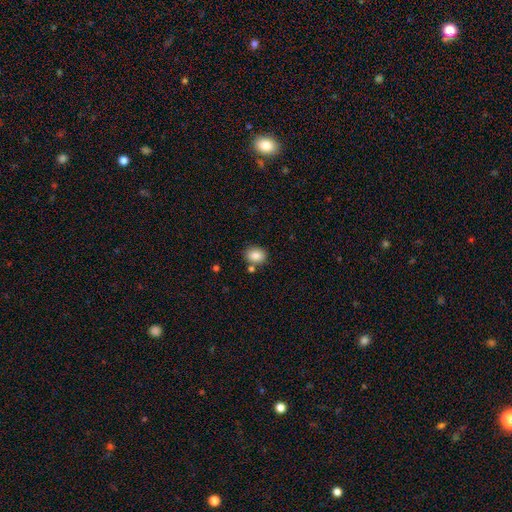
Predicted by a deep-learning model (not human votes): Q: Smooth or featured?
A: smooth (85%); runner-up: star or artifact (9%)
Q: How rounded?
A: in between (50%); runner-up: round (49%)
Q: Merging?
A: none (75%); runner-up: minor disturbance (11%)